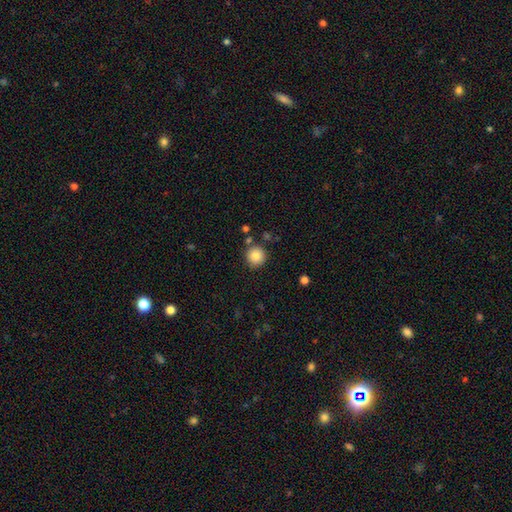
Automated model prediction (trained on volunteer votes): The model was most divided on "smooth or featured": smooth: 84%, star or artifact: 10%, featured or disk: 6%. More confident: how rounded — round (94%); merging — none (84%).